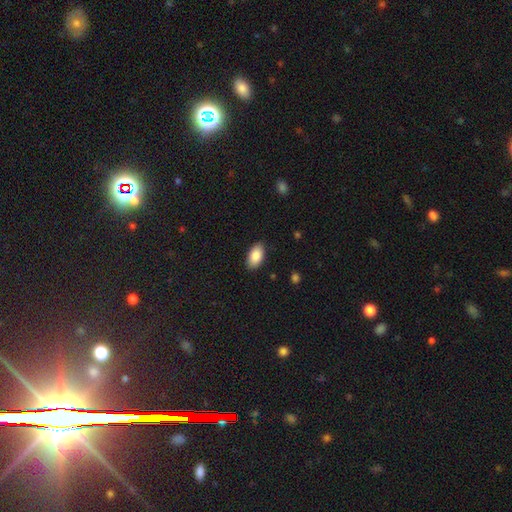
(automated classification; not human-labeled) A smooth galaxy with no disk features (87%) that is in between round and cigar-shaped (95%).

Vote fractions:
- Smooth or featured? smooth: 87% / star or artifact: 7% / featured or disk: 6%
- How rounded? in between: 95% / round: 3% / cigar-shaped: 2%
- Merging? none: 87% / minor disturbance: 10% / major disturbance: 2% / merger: 1%